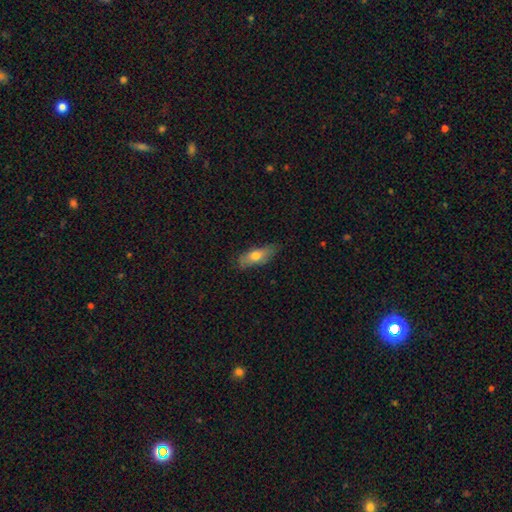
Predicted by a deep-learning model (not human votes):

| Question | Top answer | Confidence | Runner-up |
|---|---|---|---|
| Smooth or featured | smooth | 70% | featured or disk (24%) |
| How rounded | in between | 66% | cigar-shaped (31%) |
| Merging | none | 73% | minor disturbance (21%) |